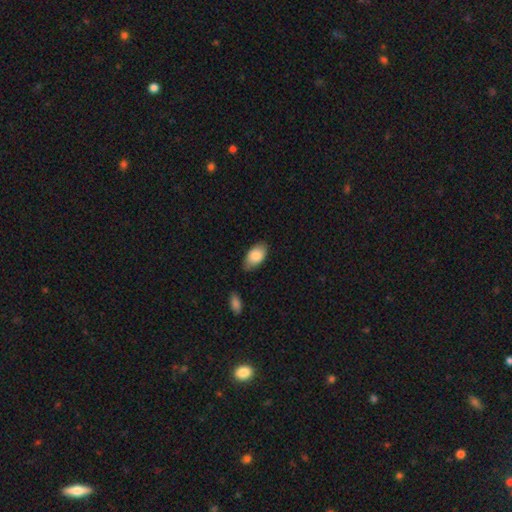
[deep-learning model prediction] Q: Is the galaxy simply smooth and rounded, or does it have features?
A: smooth — 85%.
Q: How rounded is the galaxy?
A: in between — 94%.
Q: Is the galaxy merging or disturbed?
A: none — 76%.